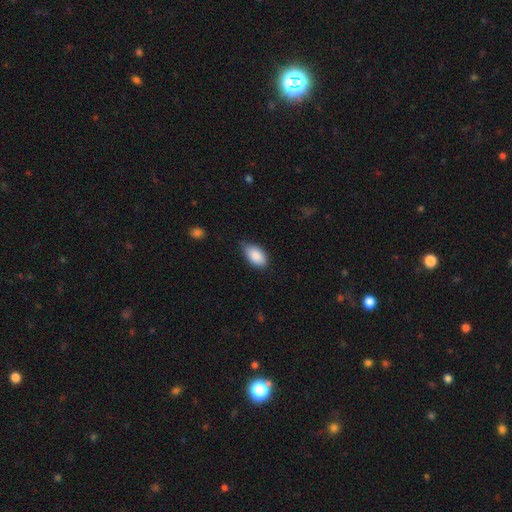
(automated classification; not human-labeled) smooth-or-featured: smooth: 88% | star or artifact: 7% | featured or disk: 6%
  how-rounded: in between: 94% | round: 4% | cigar-shaped: 2%
  merging: none: 66% | minor disturbance: 29% | major disturbance: 4% | merger: 1%